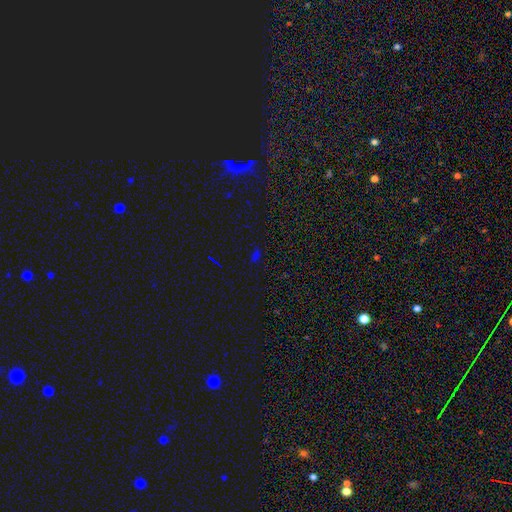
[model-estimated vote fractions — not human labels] smooth-or-featured: star or artifact: 57% | smooth: 34% | featured or disk: 8%